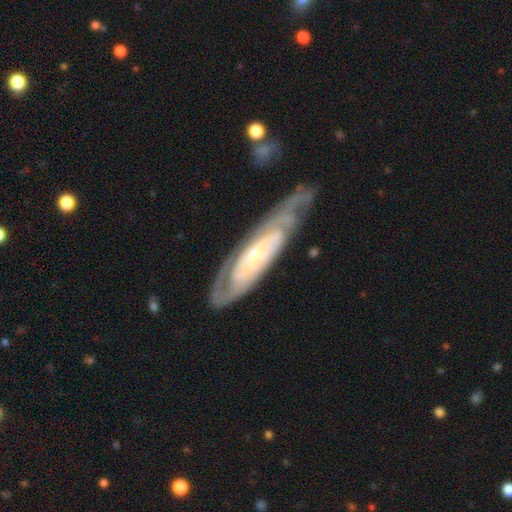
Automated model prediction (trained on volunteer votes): Overall: featured or disk (82%). Edge-on disk: no (81%). Bar: no (64%; weak 25%). Spiral arms: yes (92%). Spiral arm count: 2 (44%; can't tell 38%). Spiral winding: tight (68%). Bulge size: small (64%). Merging: none (64%).